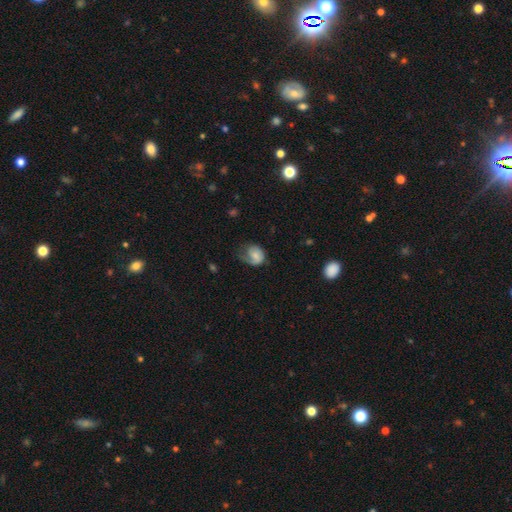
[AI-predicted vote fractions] Smooth or featured?
  - smooth: 50% *
  - featured or disk: 42%
  - star or artifact: 8%
How rounded?
  - in between: 52% *
  - round: 47%
  - cigar-shaped: 1%
Merging?
  - none: 37% *
  - major disturbance: 32%
  - minor disturbance: 30%
  - merger: 2%